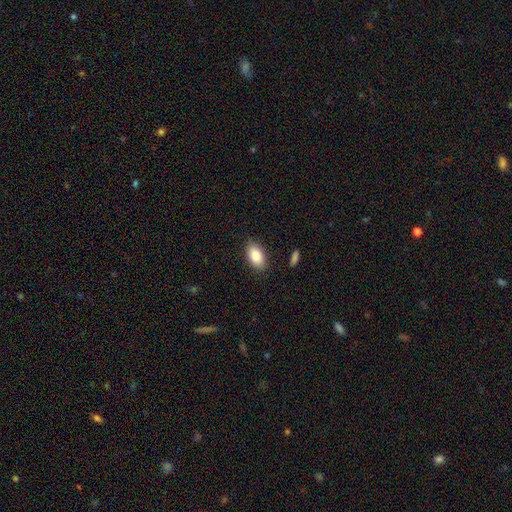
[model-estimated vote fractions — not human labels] smooth_or_featured: smooth (p=0.85) [alt: featured or disk p=0.08]
how_rounded: in between (p=0.92) [alt: round p=0.05]
merging: none (p=0.86) [alt: minor disturbance p=0.10]